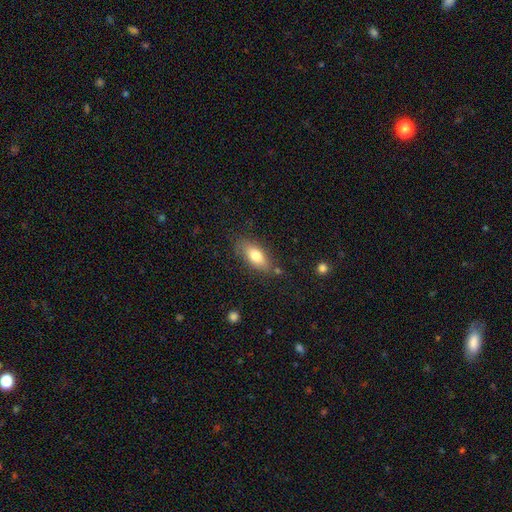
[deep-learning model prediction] This appears to be a smooth galaxy with no disk features (76%) that is in between round and cigar-shaped (81%). Merging: none (78%).